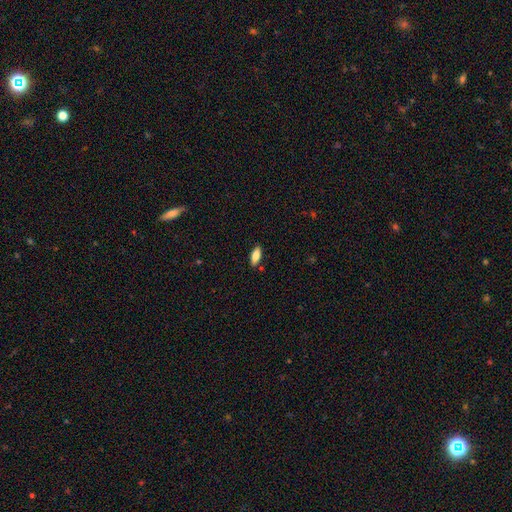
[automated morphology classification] smooth 81%, featured or disk 12%, star or artifact 7%. Down the decision tree: how rounded — in between (77%); merging — none (86%).